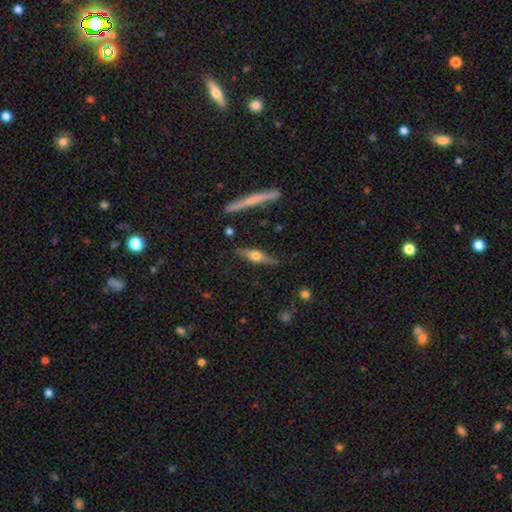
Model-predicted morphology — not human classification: This is likely a featured or disk galaxy (64%). It is clearly viewed edge-on (93%). Edge-on bulge: clearly rounded (92%). Merging: clearly none (83%).